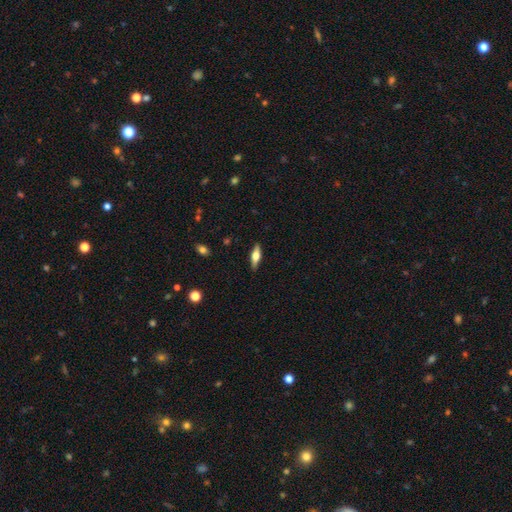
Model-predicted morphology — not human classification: Q: Smooth or featured?
A: featured or disk (52%); runner-up: smooth (41%)
Q: Edge-on disk?
A: yes (94%); runner-up: no (6%)
Q: Merging?
A: none (88%); runner-up: minor disturbance (9%)